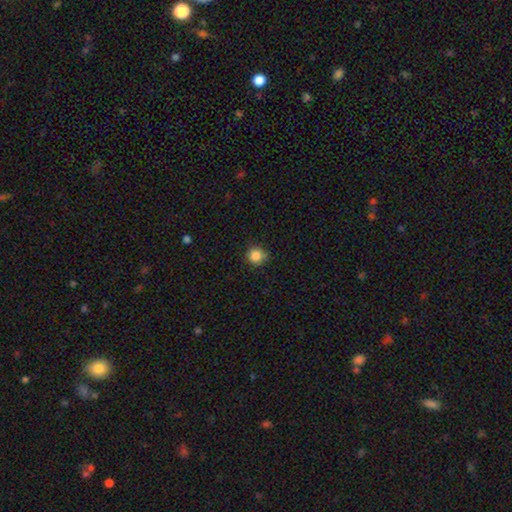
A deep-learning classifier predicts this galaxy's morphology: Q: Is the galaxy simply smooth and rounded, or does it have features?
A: smooth — 85%.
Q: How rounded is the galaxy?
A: round — 93%.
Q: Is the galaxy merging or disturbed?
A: none — 81%.